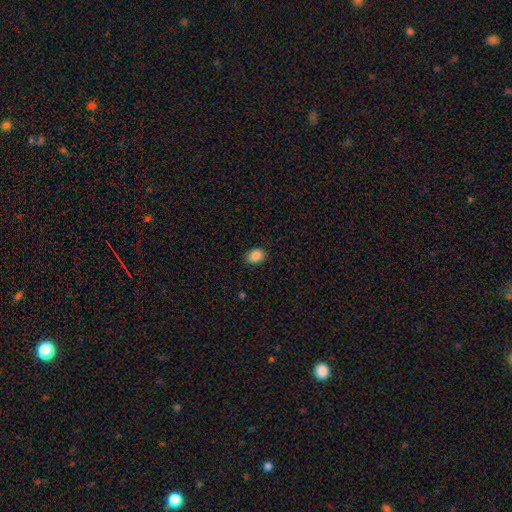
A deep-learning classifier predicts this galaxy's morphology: This is clearly a smooth galaxy (87%). How rounded: likely in between (66%). Merging: clearly none (87%).